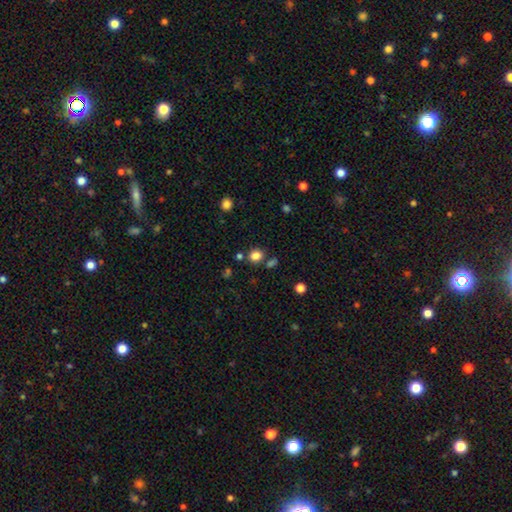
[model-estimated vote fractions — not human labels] A smooth galaxy with no disk features (82%) that is round (73%).

Vote fractions:
- Smooth or featured? smooth: 82% / star or artifact: 13% / featured or disk: 5%
- How rounded? round: 73% / in between: 26% / cigar-shaped: 1%
- Merging? none: 77% / merger: 10% / minor disturbance: 9% / major disturbance: 3%